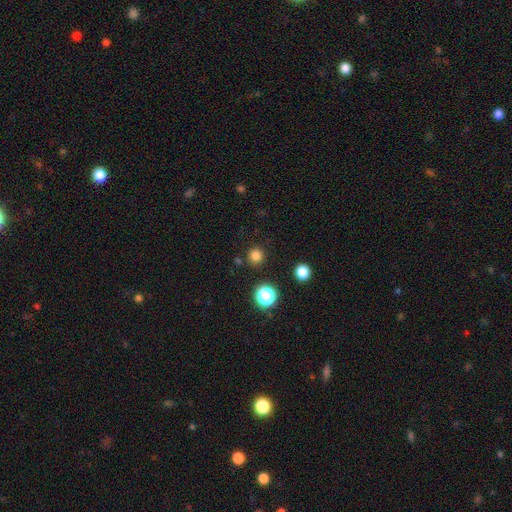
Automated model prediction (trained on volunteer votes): Morphology: type=smooth (80%); roundness=round (94%); merging=none (89%).